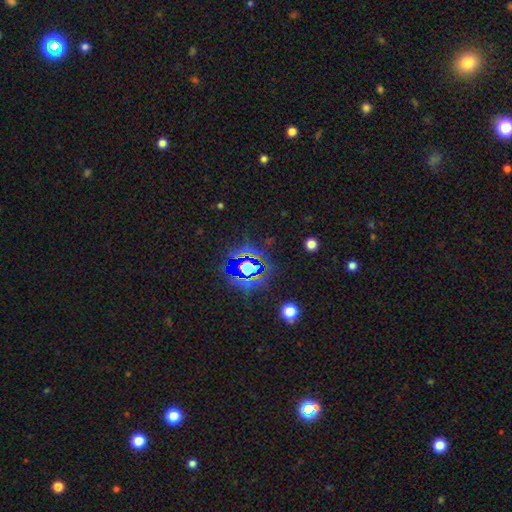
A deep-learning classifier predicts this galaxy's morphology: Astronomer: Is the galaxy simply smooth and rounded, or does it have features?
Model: star or artifact — 79%.